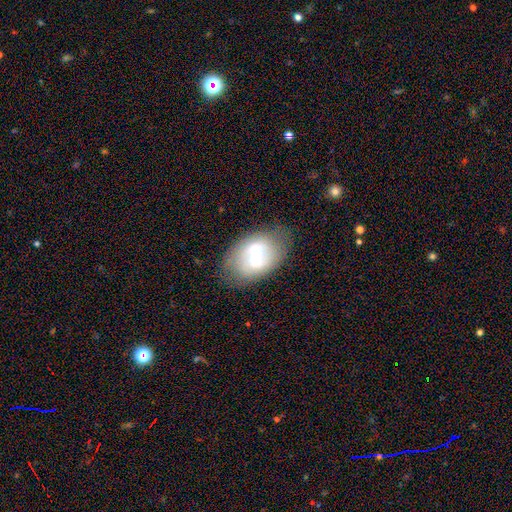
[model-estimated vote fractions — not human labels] This is likely a featured or disk galaxy (62%). It is clearly not viewed edge-on (93%). Bar: possibly weak (46%). Spiral arm pattern: possibly yes (58%). Central bulge: possibly small (46%, tied with moderate). Merging: likely none (74%).